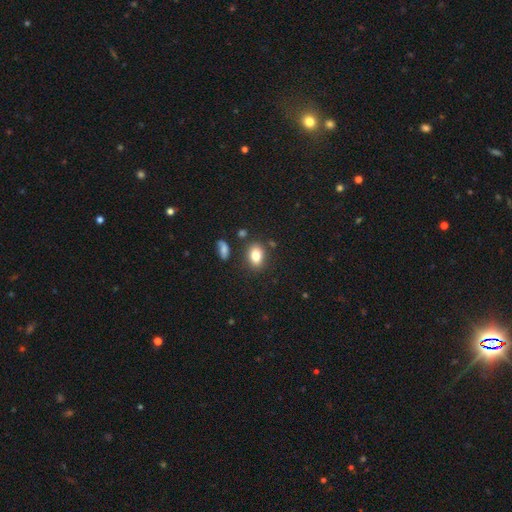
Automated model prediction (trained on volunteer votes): smooth-or-featured: smooth: 82% | star or artifact: 9% | featured or disk: 9%
  how-rounded: in between: 77% | round: 21% | cigar-shaped: 1%
  merging: none: 81% | minor disturbance: 11% | merger: 5% | major disturbance: 3%